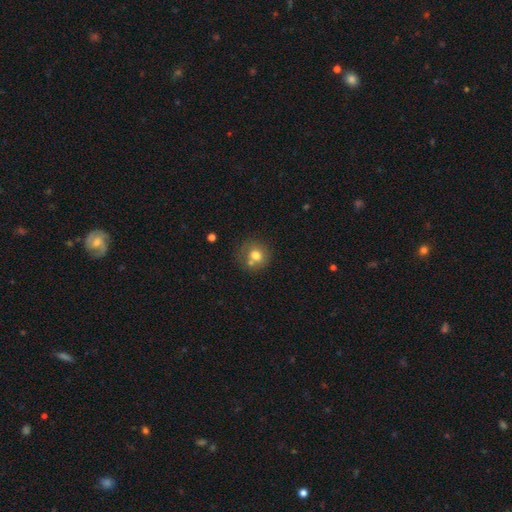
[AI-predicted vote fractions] Morphology: type=smooth (73%); roundness=round (85%); merging=none (60%).